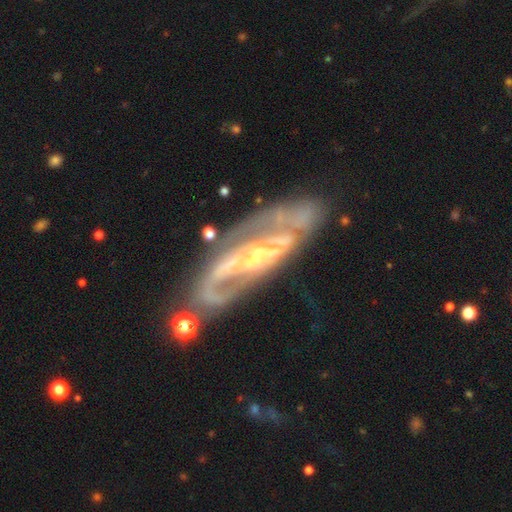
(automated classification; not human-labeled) Morphology: type=featured or disk (89%); edge-on=no (87%); bar=strong (39%); spiral arms=yes (92%); winding=medium (45%); arm count=2 (79%); bulge=small (61%); merging=none (72%).